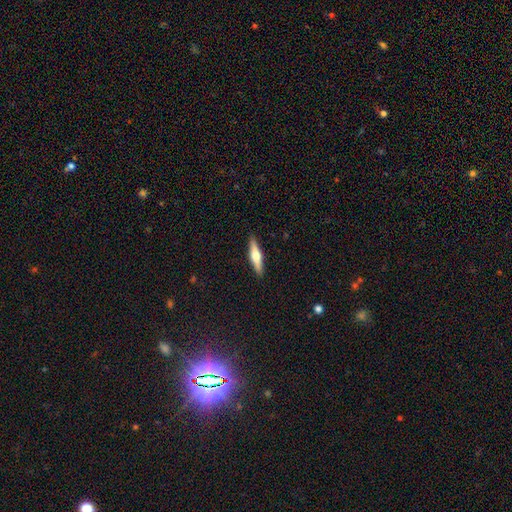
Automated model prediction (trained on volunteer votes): This appears to be a featured or disk galaxy (56%) viewed edge-on (96%) with a rounded central bulge (92%). Merging: none (91%).